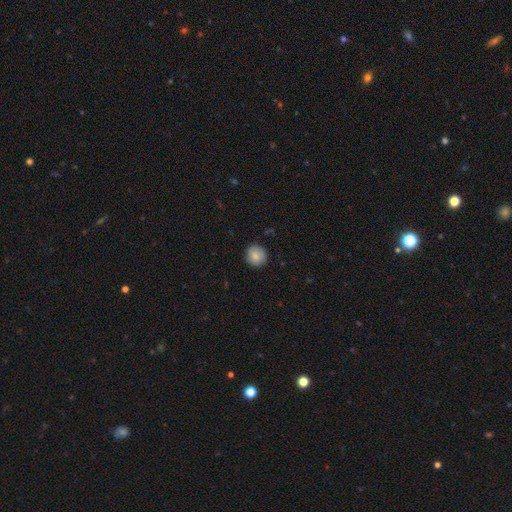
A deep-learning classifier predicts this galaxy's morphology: Smooth or featured? Predicted: smooth (p=0.84). How rounded? Predicted: round (p=0.91). Merging? Predicted: none (p=0.86).